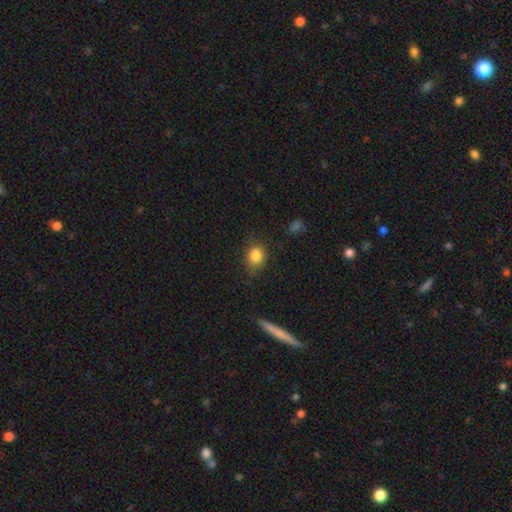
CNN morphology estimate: This appears to be a smooth galaxy with no disk features (83%) that is round (52%). Merging: none (71%).